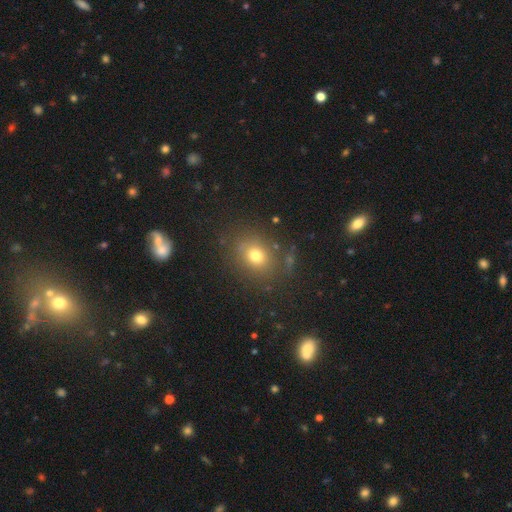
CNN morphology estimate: A smooth galaxy with no disk features (73%) that is round (62%). Merging: none (81%).